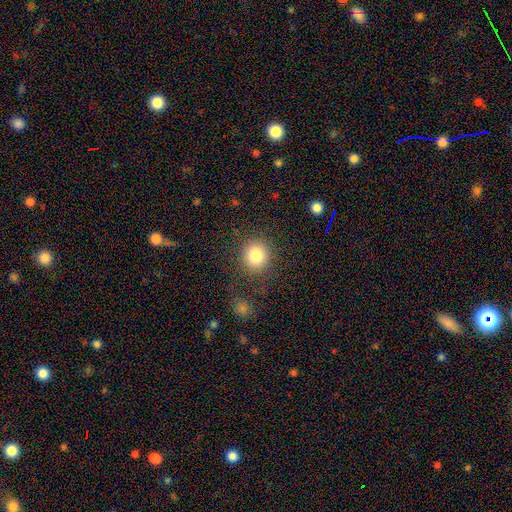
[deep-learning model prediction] Smooth or featured?
  - smooth: 83% *
  - star or artifact: 10%
  - featured or disk: 7%
How rounded?
  - round: 88% *
  - in between: 11%
  - cigar-shaped: 1%
Merging?
  - none: 82% *
  - minor disturbance: 10%
  - major disturbance: 5%
  - merger: 3%